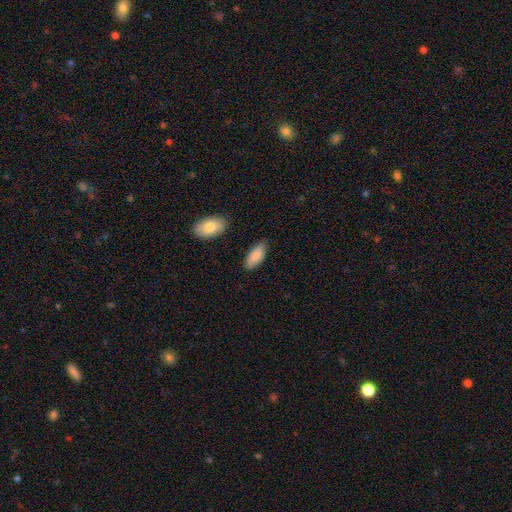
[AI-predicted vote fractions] Overall: smooth (86%). How rounded: in between (88%). Merging: none (77%).